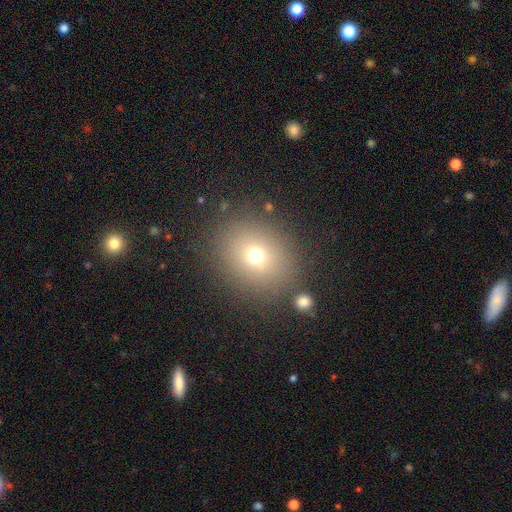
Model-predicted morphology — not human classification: Smooth or featured? smooth (70%)
How rounded? round (68%)
Merging? none (83%)